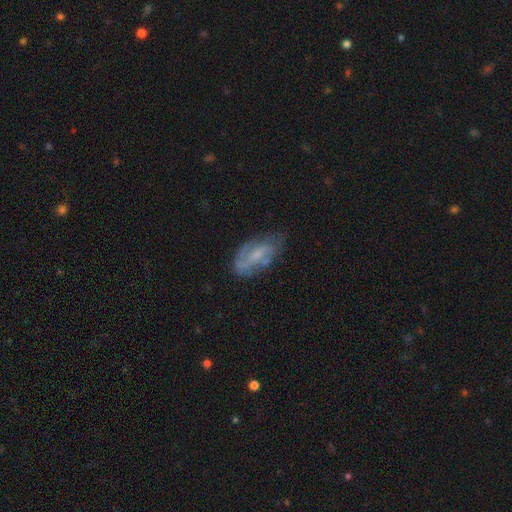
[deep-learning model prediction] featured or disk 62%, smooth 30%, star or artifact 8%. Down the decision tree: edge-on disk — no (92%); bar — weak (47%); spiral arms — yes (74%); bulge size — small (58%); merging — none (61%).